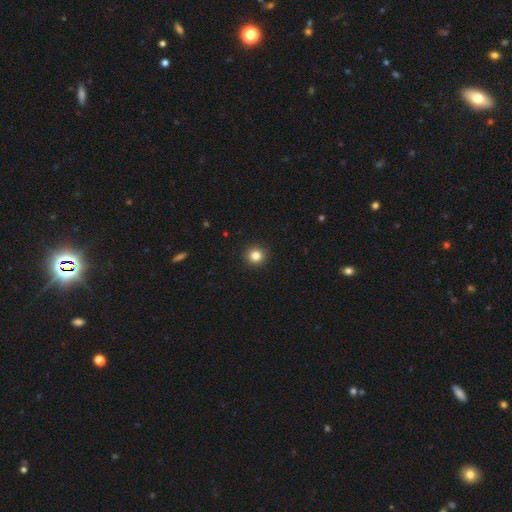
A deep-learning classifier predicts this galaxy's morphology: Q: Smooth or featured?
A: smooth (83%); runner-up: star or artifact (12%)
Q: How rounded?
A: round (94%); runner-up: in between (5%)
Q: Merging?
A: none (93%); runner-up: minor disturbance (4%)